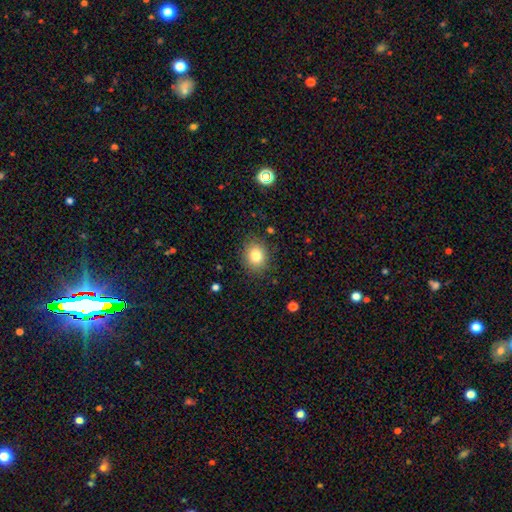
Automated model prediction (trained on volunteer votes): A smooth galaxy with no disk features (81%) that is round (65%).

Vote fractions:
- Smooth or featured? smooth: 81% / star or artifact: 11% / featured or disk: 8%
- How rounded? round: 65% / in between: 34% / cigar-shaped: 1%
- Merging? none: 86% / minor disturbance: 10% / major disturbance: 3% / merger: 1%